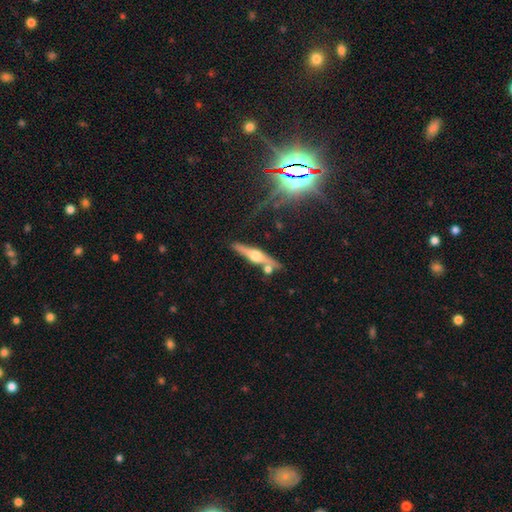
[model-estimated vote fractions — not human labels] A featured or disk galaxy (70%) viewed edge-on (96%) with a rounded central bulge (93%). Merging: none (75%).